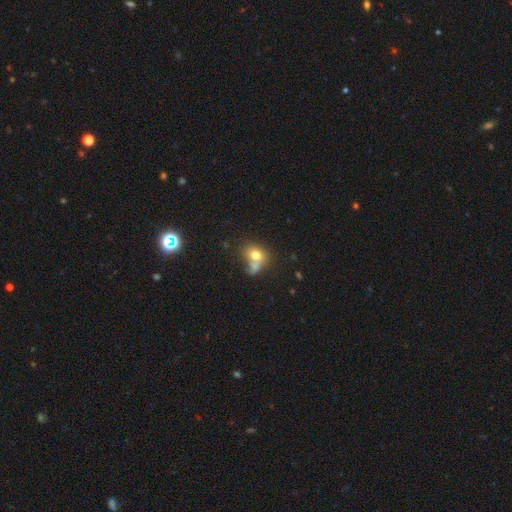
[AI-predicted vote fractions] This appears to be a smooth galaxy with no disk features (73%) that is round (50%). Merging: merger (40%).